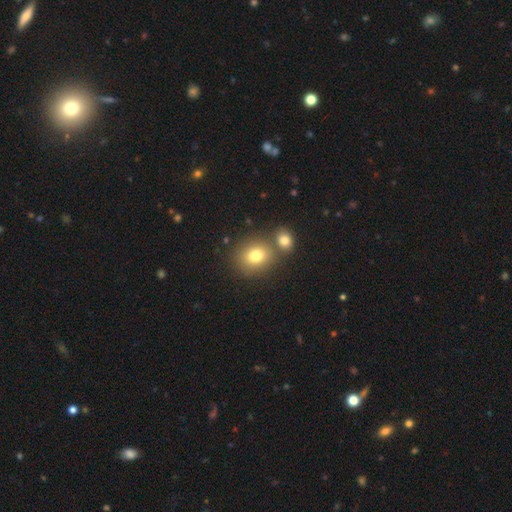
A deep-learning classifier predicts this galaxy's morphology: Overall: smooth (76%). How rounded: round (70%). Merging: none (59%; merger 28%).